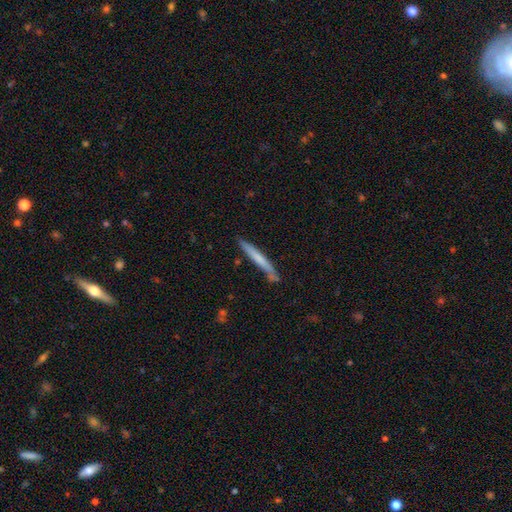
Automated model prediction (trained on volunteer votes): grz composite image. It shows a smooth galaxy with no disk features (56%) that is cigar-shaped (97%). Merging: none (81%).